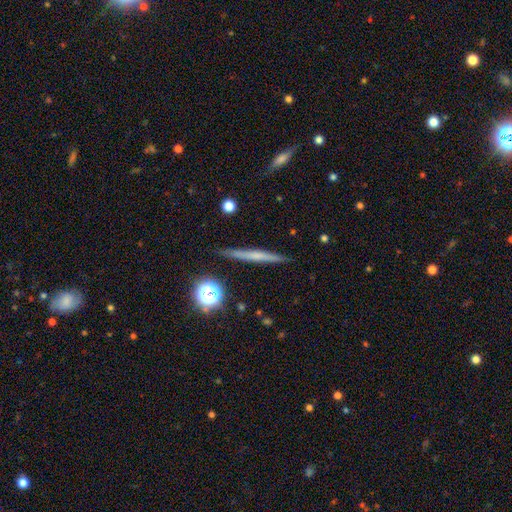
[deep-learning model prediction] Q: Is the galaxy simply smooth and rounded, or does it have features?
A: featured or disk — 47%.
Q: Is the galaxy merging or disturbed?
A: none — 89%.